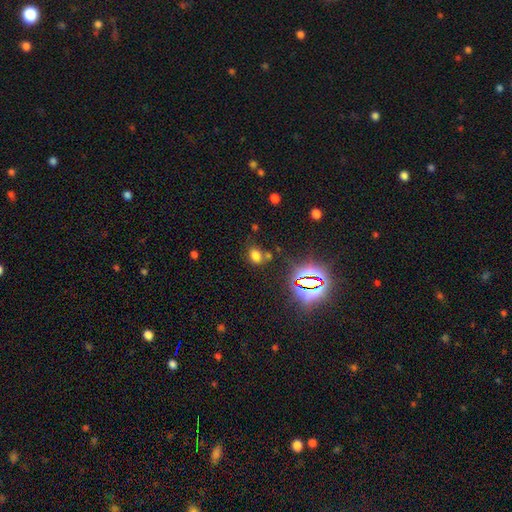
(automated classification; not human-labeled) Smooth or featured? smooth (64%)
How rounded? in between (60%)
Merging? none (67%)